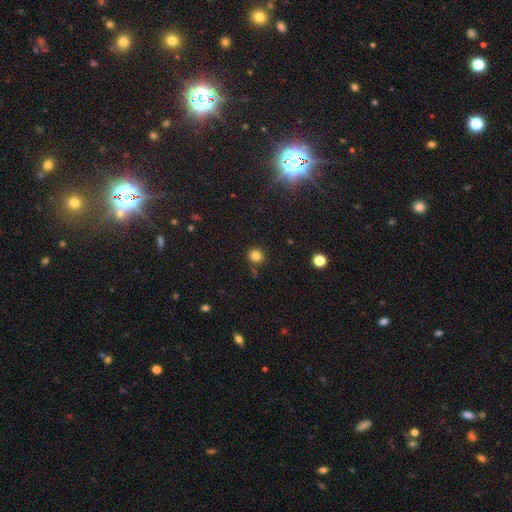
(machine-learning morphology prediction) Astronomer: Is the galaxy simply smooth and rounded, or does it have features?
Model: smooth — 82%.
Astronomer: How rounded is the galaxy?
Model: round — 85%.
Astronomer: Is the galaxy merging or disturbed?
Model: none — 84%.